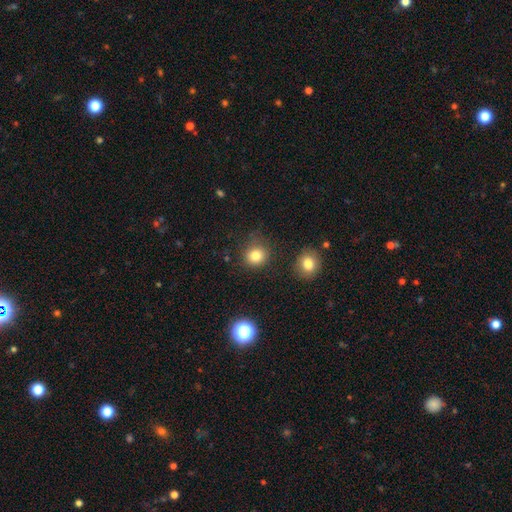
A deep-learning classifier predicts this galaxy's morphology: Smooth or featured? Predicted: smooth (p=0.81). How rounded? Predicted: round (p=0.86). Merging? Predicted: none (p=0.80).